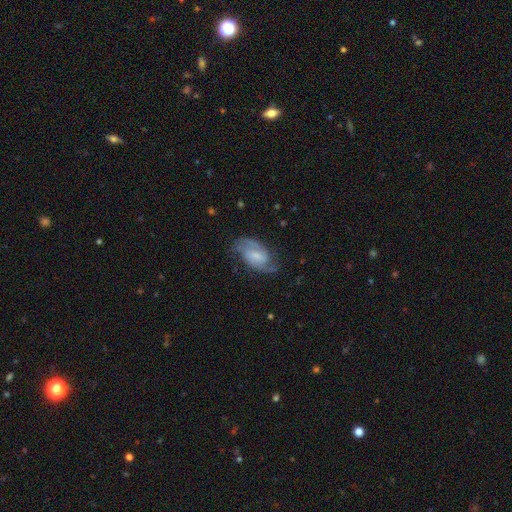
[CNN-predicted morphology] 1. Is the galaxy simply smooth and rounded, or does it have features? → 83% featured or disk, 11% smooth, 6% star or artifact.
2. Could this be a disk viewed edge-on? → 97% no, 3% yes.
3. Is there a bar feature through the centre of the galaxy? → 55% weak, 28% no, 17% strong.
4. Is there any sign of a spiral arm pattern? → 96% yes, 4% no.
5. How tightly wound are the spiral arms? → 53% medium, 27% tight, 20% loose.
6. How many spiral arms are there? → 88% 2, 5% can't tell, 3% 3, 2% 1, 1% 4, 1% more than 4.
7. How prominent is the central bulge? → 47% small, 26% moderate, 22% none, 4% large, 1% dominant.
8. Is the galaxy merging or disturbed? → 74% none, 17% minor disturbance, 7% major disturbance, 1% merger.